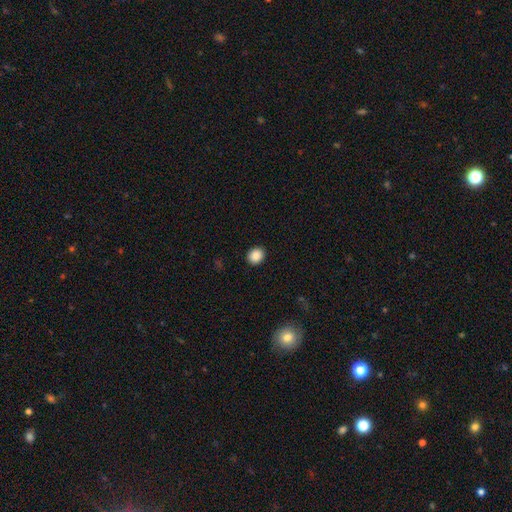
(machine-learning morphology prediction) smooth-or-featured: smooth: 88% | star or artifact: 9% | featured or disk: 3%
  how-rounded: round: 65% | in between: 34% | cigar-shaped: 1%
  merging: none: 92% | minor disturbance: 6% | major disturbance: 2% | merger: 1%